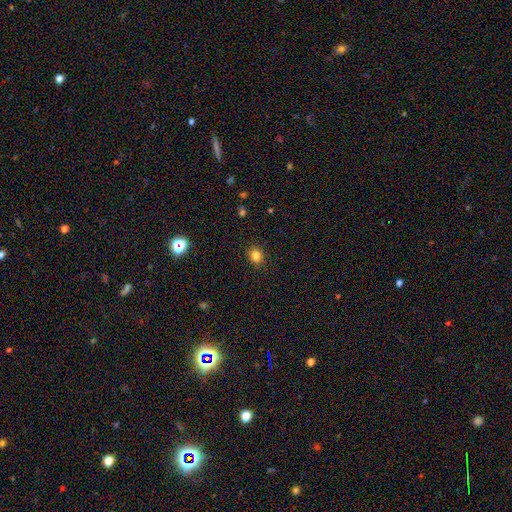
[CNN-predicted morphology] The model was most divided on "how rounded": round: 67%, in between: 33%, cigar-shaped: 1%. More confident: merging — none (90%); smooth or featured — smooth (83%).